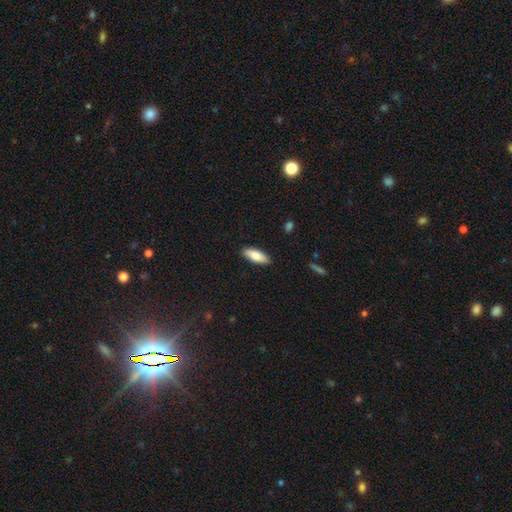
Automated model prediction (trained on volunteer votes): Smooth or featured: smooth — 84% (featured or disk — 10%)
How rounded: in between — 70% (cigar-shaped — 28%)
Merging: none — 86% (minor disturbance — 11%)